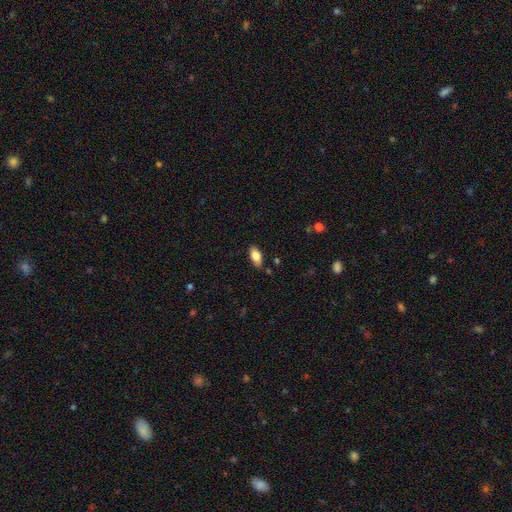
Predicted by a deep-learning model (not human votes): smooth-or-featured: smooth: 79% | featured or disk: 14% | star or artifact: 7%
  how-rounded: in between: 89% | cigar-shaped: 8% | round: 3%
  merging: none: 84% | minor disturbance: 12% | major disturbance: 2% | merger: 1%